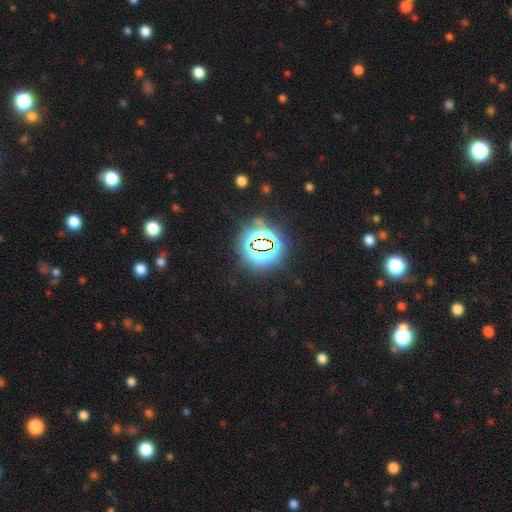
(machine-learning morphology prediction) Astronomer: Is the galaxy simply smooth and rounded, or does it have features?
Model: star or artifact — 78%.